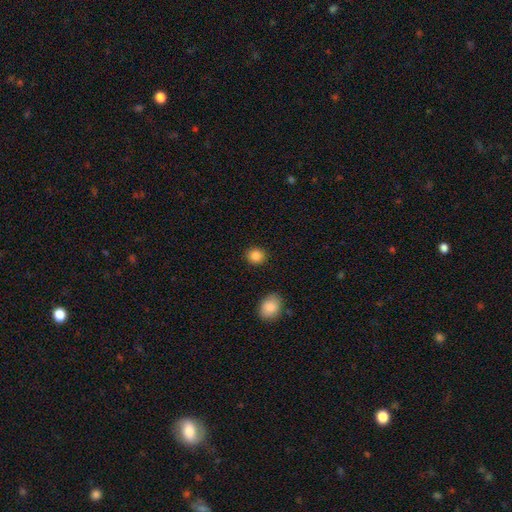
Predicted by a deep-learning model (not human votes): Morphology: type=smooth (86%); roundness=round (81%); merging=none (90%).